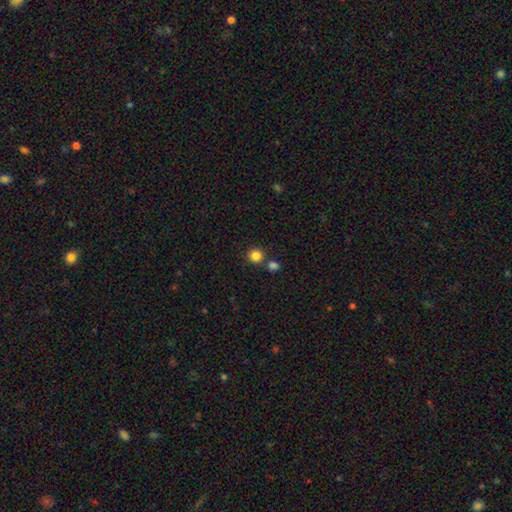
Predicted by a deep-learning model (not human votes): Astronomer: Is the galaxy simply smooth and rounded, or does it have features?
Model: smooth — 84%.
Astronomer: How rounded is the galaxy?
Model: round — 92%.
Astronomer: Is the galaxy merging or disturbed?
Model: none — 75%.